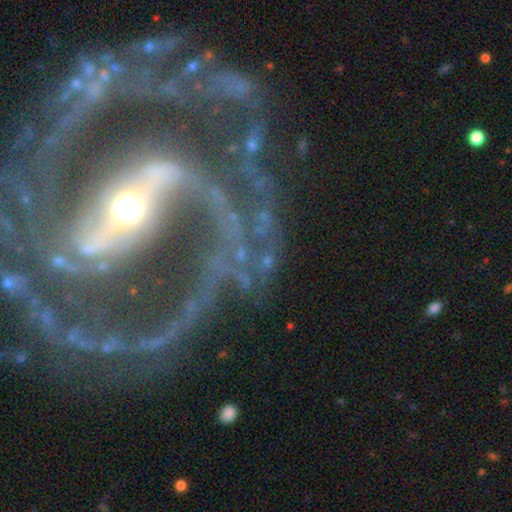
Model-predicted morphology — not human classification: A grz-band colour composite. It shows a featured or disk galaxy (91%) with a strong bar (74%), 2 (75%) medium (50%) spiral arms (96%) and a moderate central bulge (50%). Merging: none (58%).